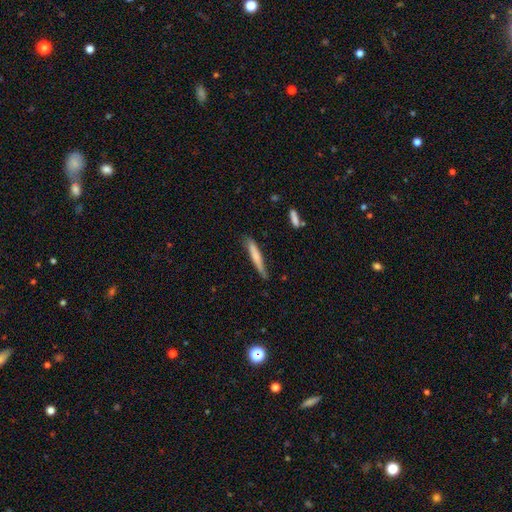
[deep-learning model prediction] Q: Smooth or featured?
A: smooth (67%); runner-up: featured or disk (28%)
Q: How rounded?
A: cigar-shaped (94%); runner-up: in between (5%)
Q: Merging?
A: none (73%); runner-up: minor disturbance (22%)